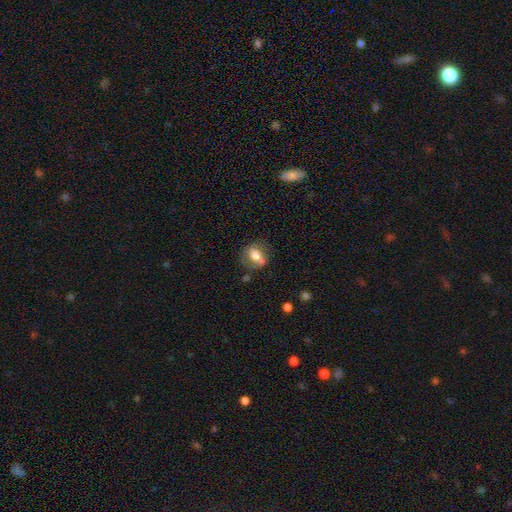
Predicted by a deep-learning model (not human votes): A smooth galaxy with no disk features (55%) that is in between round and cigar-shaped (62%).

Vote fractions:
- Smooth or featured? smooth: 55% / featured or disk: 37% / star or artifact: 9%
- How rounded? in between: 62% / round: 33% / cigar-shaped: 5%
- Merging? none: 58% / minor disturbance: 23% / major disturbance: 11% / merger: 7%